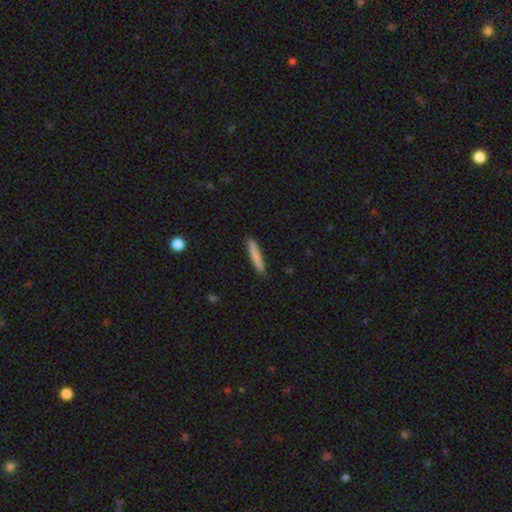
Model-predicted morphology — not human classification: Smooth or featured: smooth — 80% (featured or disk — 14%)
How rounded: cigar-shaped — 93% (in between — 6%)
Merging: none — 86% (minor disturbance — 11%)